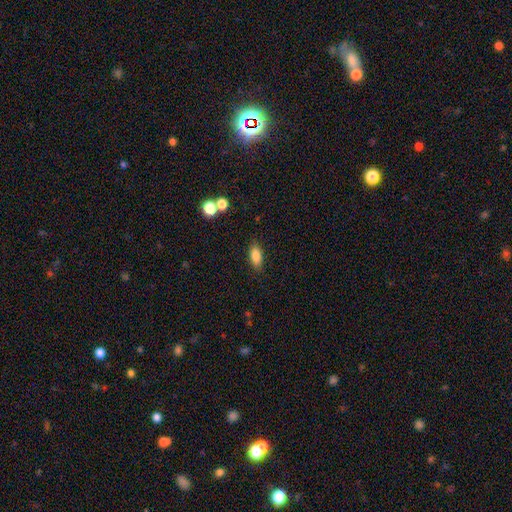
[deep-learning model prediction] This is clearly a smooth galaxy (83%). How rounded: clearly in between (82%). Merging: clearly none (85%).